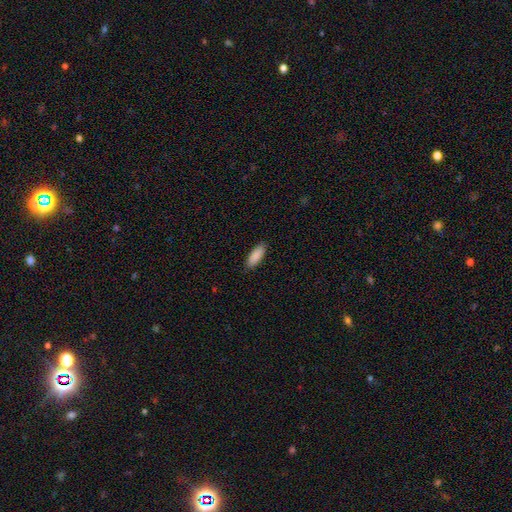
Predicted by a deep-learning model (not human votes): Morphology: type=smooth (90%); roundness=in between (71%); merging=none (89%).